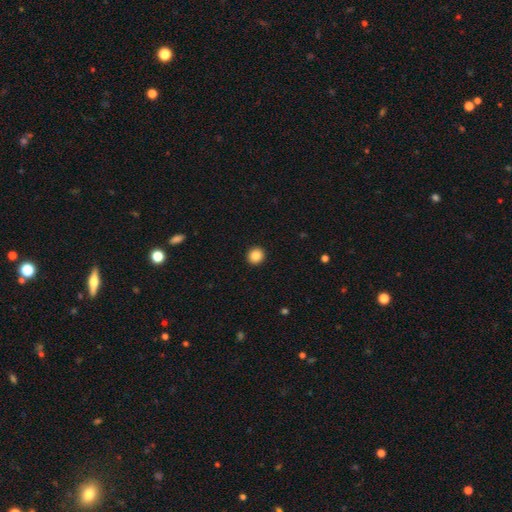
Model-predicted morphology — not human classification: The model was most divided on "smooth or featured": smooth: 87%, star or artifact: 9%, featured or disk: 4%. More confident: merging — none (93%); how rounded — round (89%).